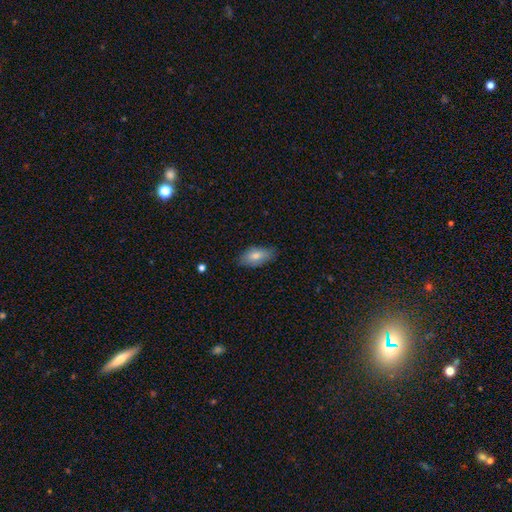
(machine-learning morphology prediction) The model was most divided on "smooth or featured": smooth: 74%, featured or disk: 19%, star or artifact: 7%. More confident: how rounded — in between (89%); merging — none (79%).